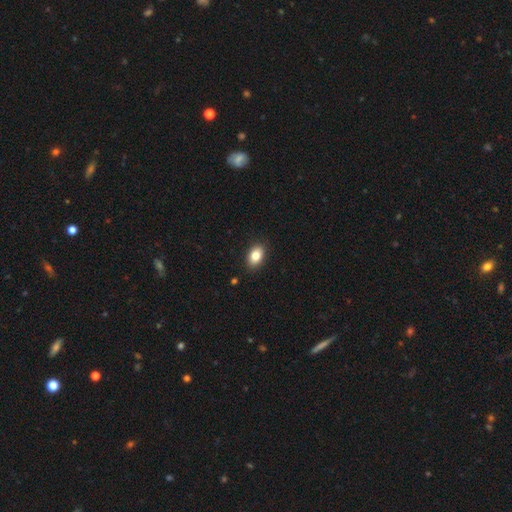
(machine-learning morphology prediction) The model was most divided on "how rounded": in between: 85%, round: 14%, cigar-shaped: 1%. More confident: merging — none (88%); smooth or featured — smooth (82%).